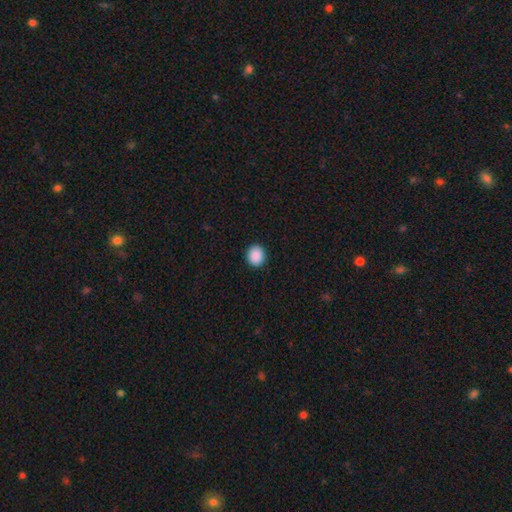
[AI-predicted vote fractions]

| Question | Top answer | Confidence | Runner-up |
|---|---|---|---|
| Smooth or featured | smooth | 90% | star or artifact (8%) |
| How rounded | round | 73% | in between (27%) |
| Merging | none | 91% | minor disturbance (6%) |